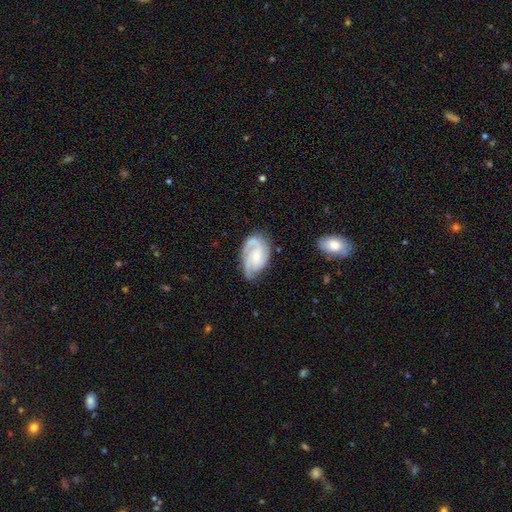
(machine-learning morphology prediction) type=featured or disk (82%); edge-on=no (97%); bar=no (65%); spiral arms=yes (96%); winding=tight (45%); arm count=3 (44%); bulge=small (63%); merging=none (61%).